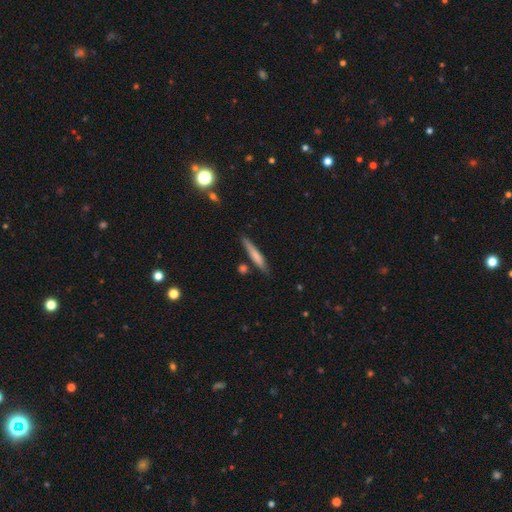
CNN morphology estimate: This appears to be a smooth galaxy with no disk features (71%) that is cigar-shaped (92%). Merging: none (77%).